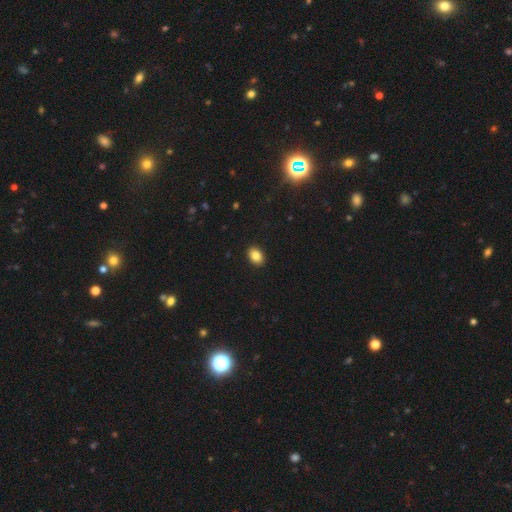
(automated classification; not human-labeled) Smooth or featured: smooth — 86% (star or artifact — 9%)
How rounded: in between — 77% (round — 22%)
Merging: none — 91% (minor disturbance — 6%)